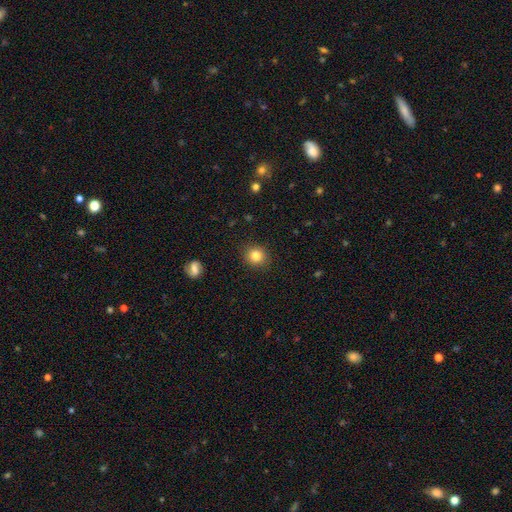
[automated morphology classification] smooth_or_featured: smooth (p=0.83) [alt: star or artifact p=0.11]
how_rounded: round (p=0.86) [alt: in between p=0.13]
merging: none (p=0.90) [alt: minor disturbance p=0.07]